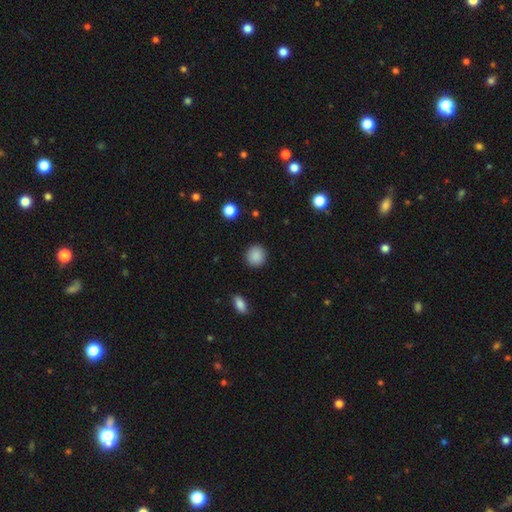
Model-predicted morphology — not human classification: type=smooth (88%); roundness=round (89%); merging=none (90%).